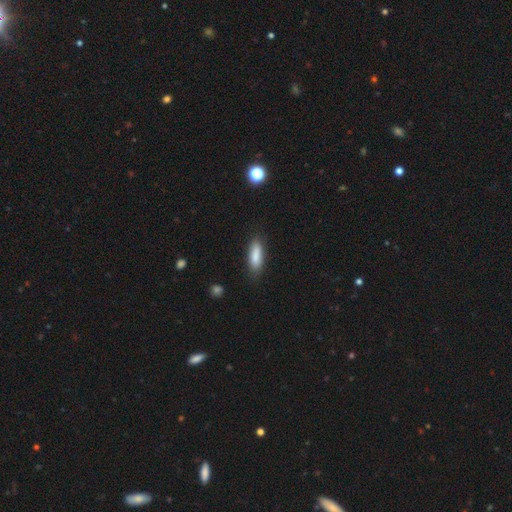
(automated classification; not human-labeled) This is clearly a smooth galaxy (85%). How rounded: possibly in between (57%). Merging: likely none (79%).